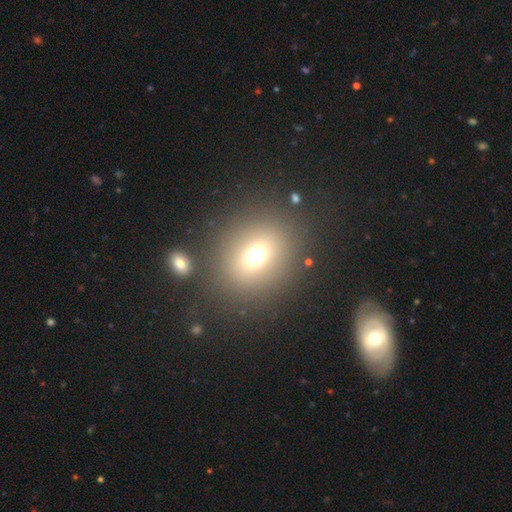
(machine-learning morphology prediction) Smooth or featured? Predicted: smooth (p=0.68). How rounded? Predicted: round (p=0.66). Merging? Predicted: none (p=0.76).